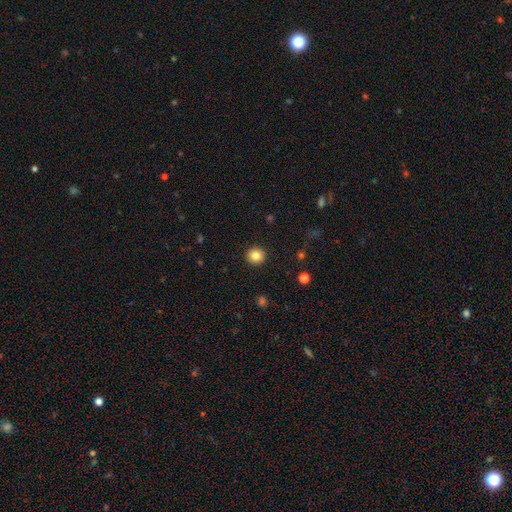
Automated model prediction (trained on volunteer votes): A smooth galaxy with no disk features (84%) that is round (94%). Merging: none (93%).